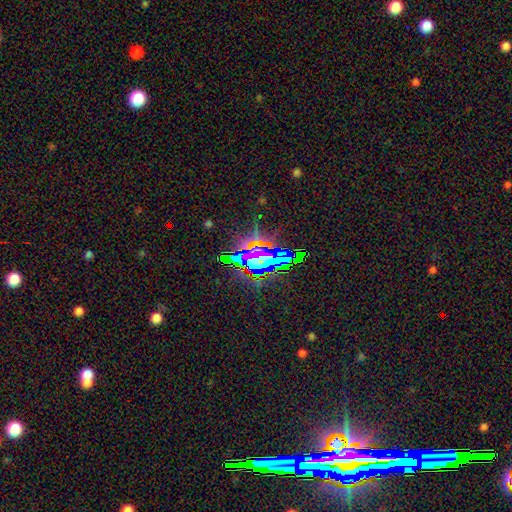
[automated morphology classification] A star or artifact, not a galaxy (73%).

Vote fractions:
- Smooth or featured? star or artifact: 73% / featured or disk: 14% / smooth: 13%